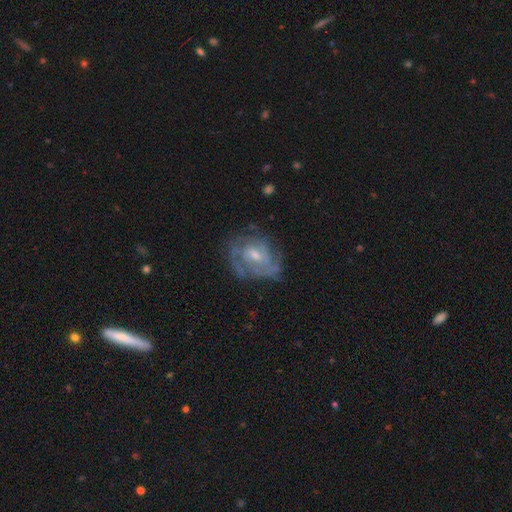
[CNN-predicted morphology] smooth-or-featured: featured or disk: 80% | smooth: 14% | star or artifact: 7%
  disk-edge-on: no: 97% | yes: 3%
    bar: weak: 46% | no: 45% | strong: 8%
    has-spiral-arms: yes: 86% | no: 14%
      spiral-winding: tight: 52% | medium: 37% | loose: 11%
      spiral-arm-count: can't tell: 37% | 2: 27% | 3: 21% | 4: 7% | 1: 5% | more than 4: 4%
    bulge-size: small: 49% | moderate: 44% | none: 4% | large: 2% | dominant: 1%
  merging: none: 61% | minor disturbance: 23% | major disturbance: 14% | merger: 2%